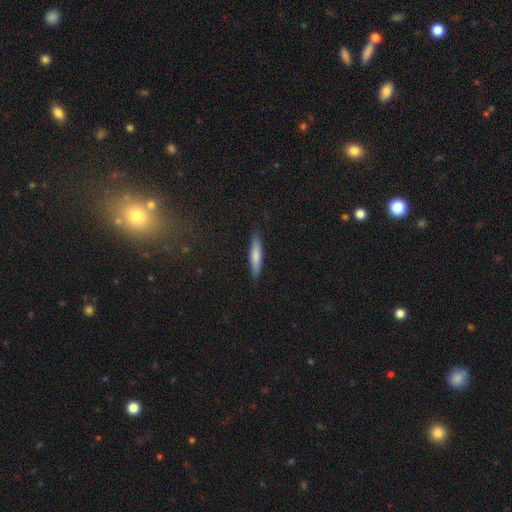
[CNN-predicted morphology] A smooth galaxy with no disk features (73%) that is cigar-shaped (86%).

Vote fractions:
- Smooth or featured? smooth: 73% / featured or disk: 21% / star or artifact: 6%
- How rounded? cigar-shaped: 86% / in between: 12% / round: 1%
- Merging? none: 89% / minor disturbance: 9% / major disturbance: 2% / merger: 1%